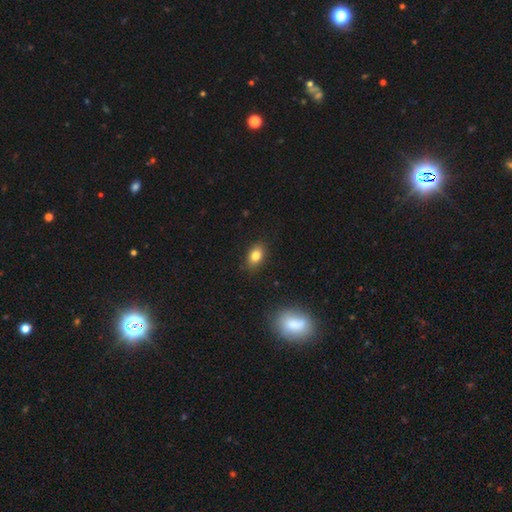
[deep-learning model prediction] smooth-or-featured: smooth: 81% | star or artifact: 10% | featured or disk: 9%
  how-rounded: in between: 82% | round: 16% | cigar-shaped: 2%
  merging: none: 85% | minor disturbance: 11% | major disturbance: 2% | merger: 1%